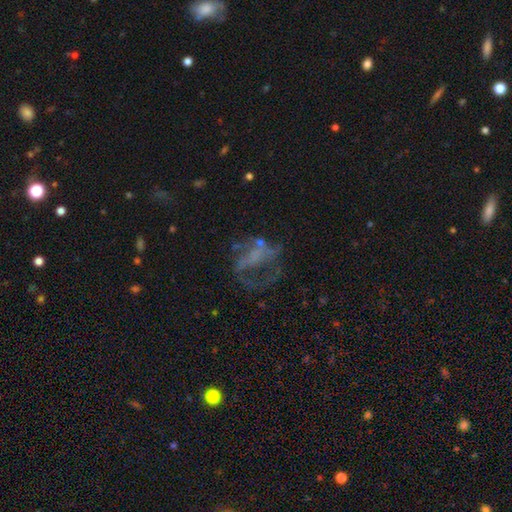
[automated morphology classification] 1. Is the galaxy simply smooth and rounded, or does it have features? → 60% featured or disk, 20% star or artifact, 20% smooth.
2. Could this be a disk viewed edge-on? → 97% no, 3% yes.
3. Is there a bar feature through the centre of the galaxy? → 64% no, 23% weak, 13% strong.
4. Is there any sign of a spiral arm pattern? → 57% no, 43% yes.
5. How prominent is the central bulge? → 70% none, 16% small, 9% moderate, 4% large, 1% dominant.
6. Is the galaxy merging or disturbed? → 46% major disturbance, 34% none, 15% minor disturbance, 5% merger.